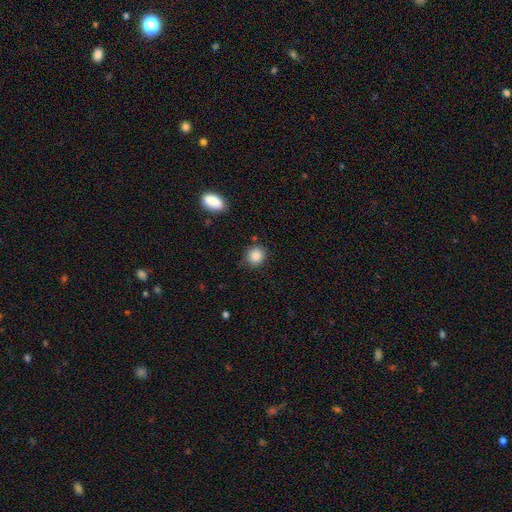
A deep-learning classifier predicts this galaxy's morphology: smooth-or-featured: smooth: 87% | star or artifact: 9% | featured or disk: 4%
  how-rounded: round: 86% | in between: 13% | cigar-shaped: 1%
  merging: none: 82% | minor disturbance: 12% | major disturbance: 3% | merger: 2%